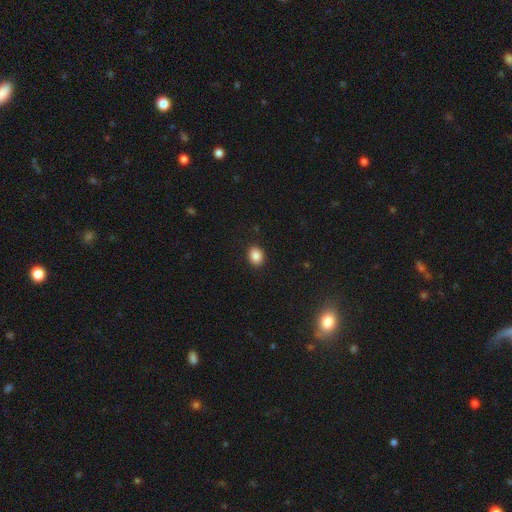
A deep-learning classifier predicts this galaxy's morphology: type=smooth (87%); roundness=in between (50%, tied with round); merging=none (90%).